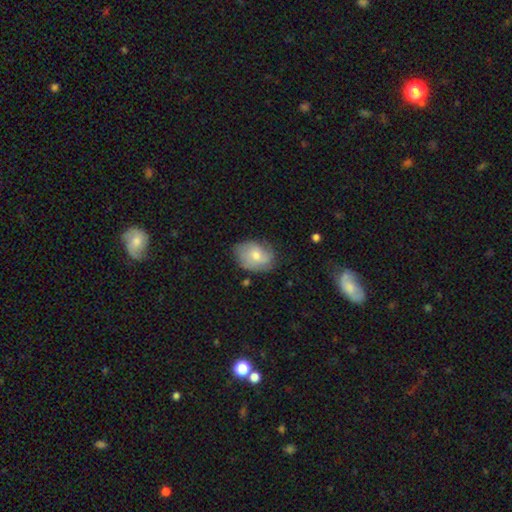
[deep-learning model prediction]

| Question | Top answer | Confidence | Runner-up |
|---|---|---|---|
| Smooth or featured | smooth | 57% | featured or disk (36%) |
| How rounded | in between | 70% | round (29%) |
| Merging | none | 62% | minor disturbance (28%) |